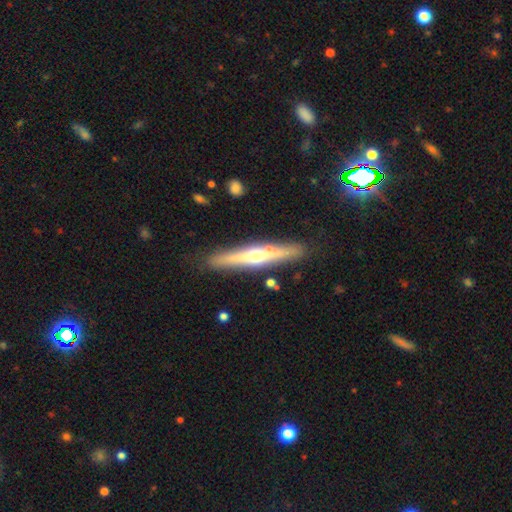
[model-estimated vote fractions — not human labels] smooth-or-featured: featured or disk: 63% | smooth: 32% | star or artifact: 6%
  disk-edge-on: yes: 94% | no: 6%
    edge-on-bulge: rounded: 89% | none: 8% | boxy: 4%
  merging: none: 84% | minor disturbance: 10% | merger: 3% | major disturbance: 2%